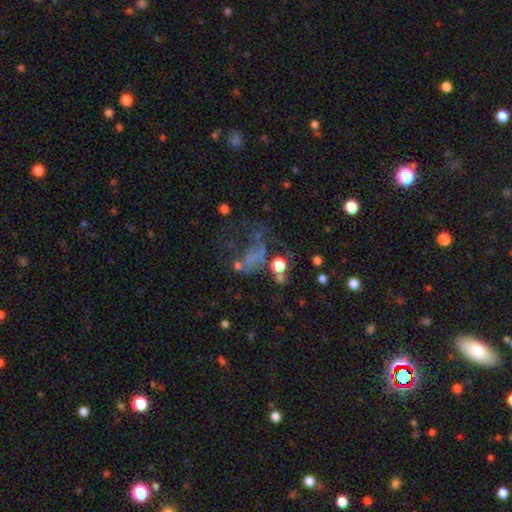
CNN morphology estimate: A smooth galaxy with no disk features (38%).

Vote fractions:
- Smooth or featured? smooth: 38% / featured or disk: 34% / star or artifact: 28%
- Merging? major disturbance: 41% / none: 27% / merger: 17% / minor disturbance: 15%